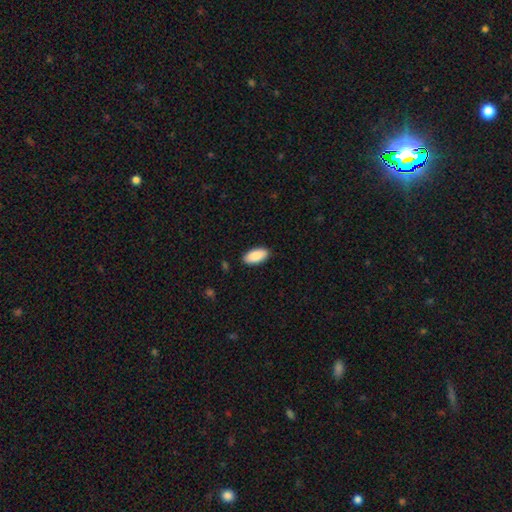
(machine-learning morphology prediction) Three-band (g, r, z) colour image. It shows a smooth galaxy with no disk features (89%) that is in between round and cigar-shaped (93%). Merging: none (89%).